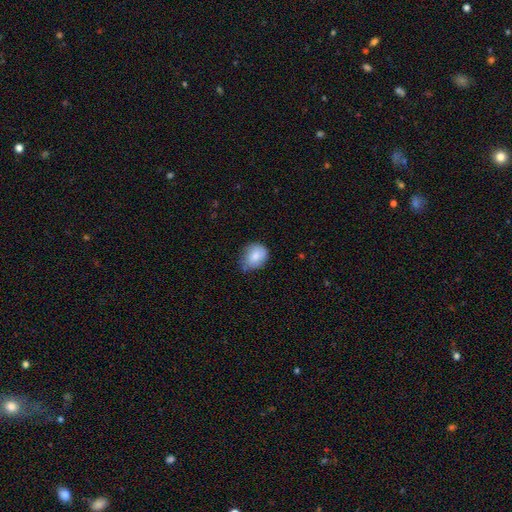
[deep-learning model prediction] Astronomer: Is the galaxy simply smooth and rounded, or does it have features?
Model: smooth — 80%.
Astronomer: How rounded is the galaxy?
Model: round — 51% (runner-up: in between, 48%).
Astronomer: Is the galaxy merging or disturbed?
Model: none — 58% (runner-up: minor disturbance, 34%).